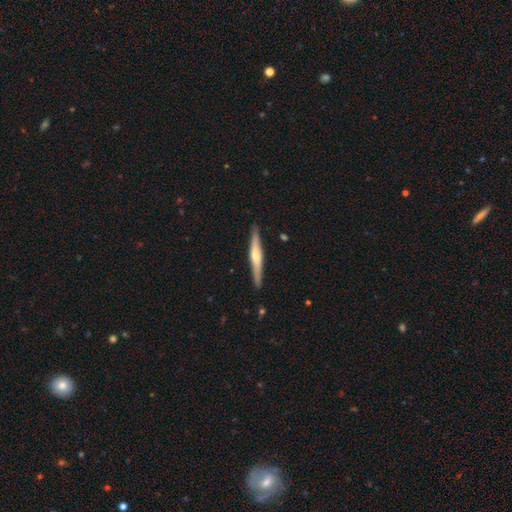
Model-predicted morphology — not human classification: featured or disk 61%, smooth 34%, star or artifact 5%. Down the decision tree: edge-on disk — yes (96%); edge-on bulge — rounded (82%); merging — none (90%).